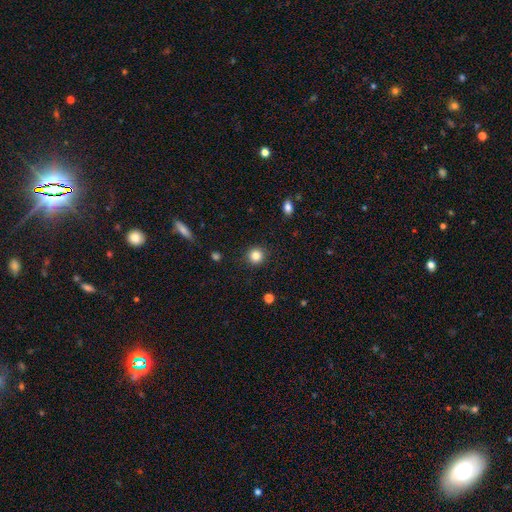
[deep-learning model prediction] This is clearly a smooth galaxy (84%). How rounded: clearly round (93%). Merging: clearly none (90%).